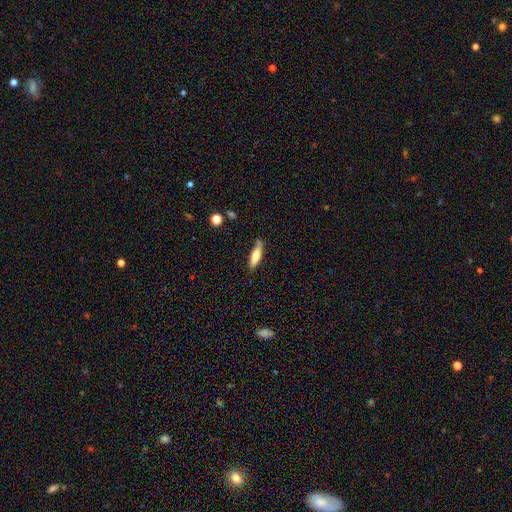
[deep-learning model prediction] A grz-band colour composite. It shows a smooth galaxy with no disk features (70%) that is cigar-shaped (62%). Merging: none (72%).